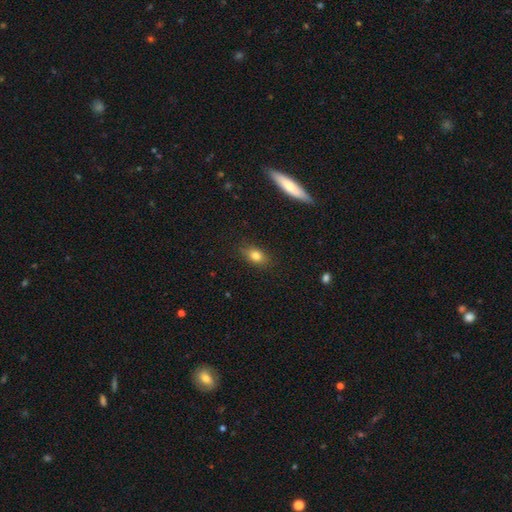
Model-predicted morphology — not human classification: smooth-or-featured: smooth: 80% | featured or disk: 10% | star or artifact: 10%
  how-rounded: in between: 76% | round: 19% | cigar-shaped: 4%
  merging: none: 85% | minor disturbance: 12% | major disturbance: 2% | merger: 1%